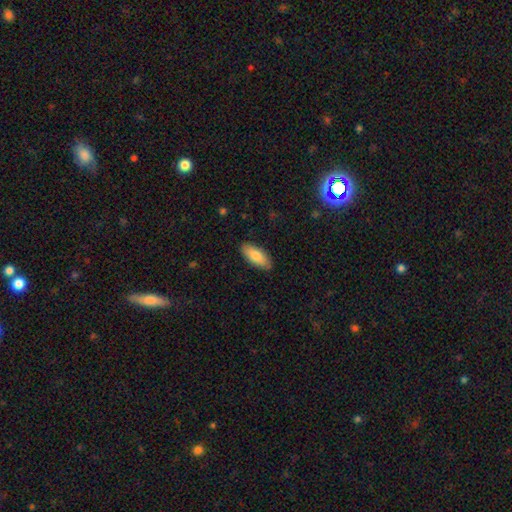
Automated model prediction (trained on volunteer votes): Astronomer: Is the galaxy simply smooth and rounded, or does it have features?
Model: smooth — 81%.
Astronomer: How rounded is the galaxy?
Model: in between — 82%.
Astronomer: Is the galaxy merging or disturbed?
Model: none — 88%.